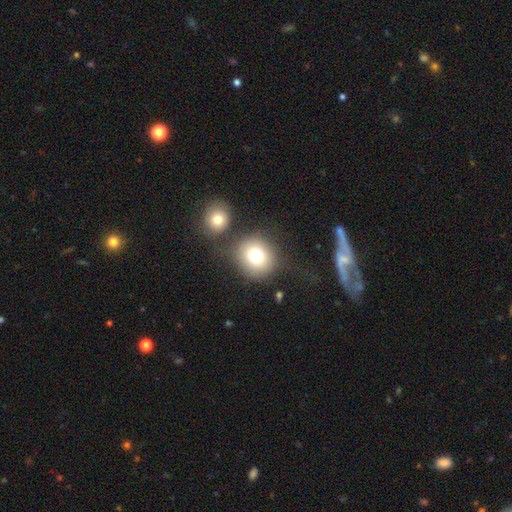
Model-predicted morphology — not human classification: Smooth or featured? smooth (76%)
How rounded? round (86%)
Merging? none (68%)